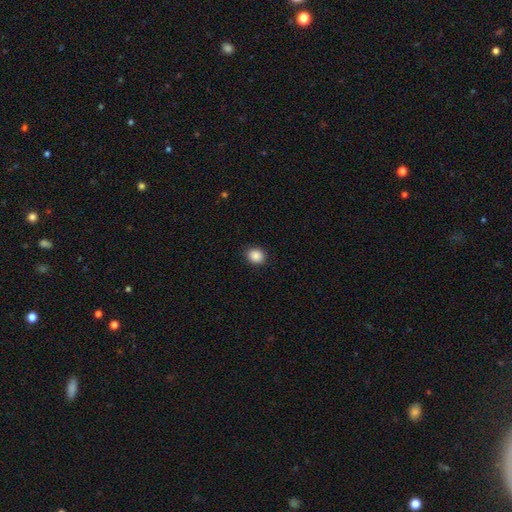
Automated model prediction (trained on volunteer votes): Morphology: type=smooth (88%); roundness=round (58%); merging=none (90%).